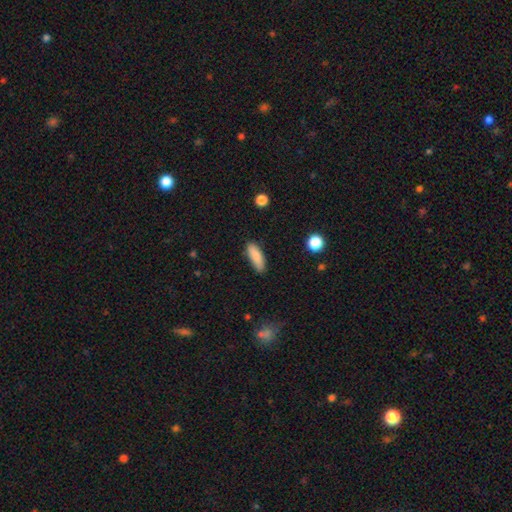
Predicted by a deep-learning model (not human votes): This appears to be a smooth galaxy with no disk features (86%) that is in between round and cigar-shaped (61%). Merging: none (84%).